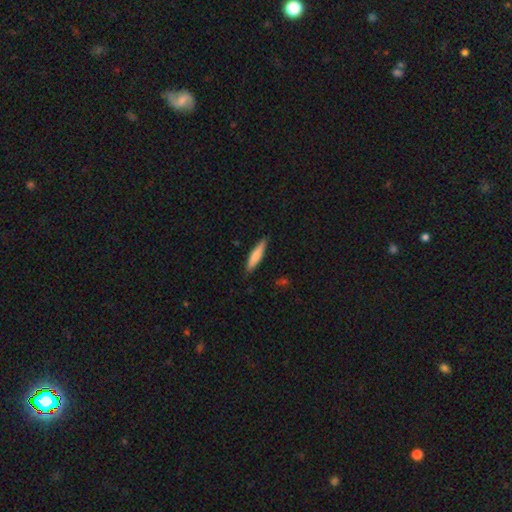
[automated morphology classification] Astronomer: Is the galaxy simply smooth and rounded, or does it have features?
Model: smooth — 72%.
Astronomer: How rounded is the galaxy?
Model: cigar-shaped — 84%.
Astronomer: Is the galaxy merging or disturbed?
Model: none — 87%.